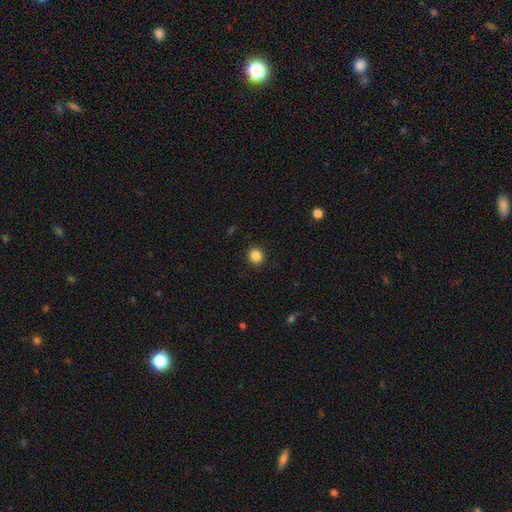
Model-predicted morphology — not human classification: Smooth or featured? smooth (86%)
How rounded? round (90%)
Merging? none (92%)